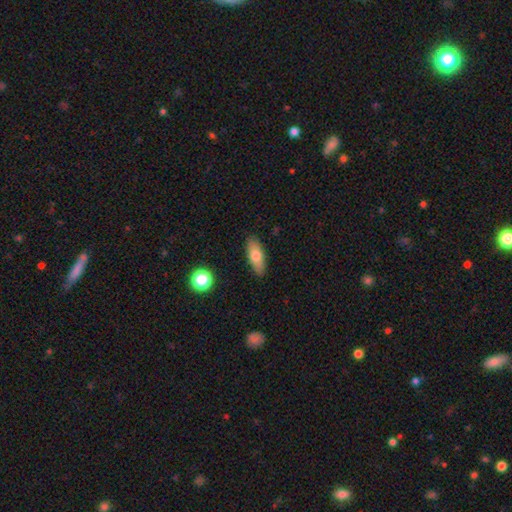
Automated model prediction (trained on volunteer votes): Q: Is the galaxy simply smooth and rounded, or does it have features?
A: smooth — 76%.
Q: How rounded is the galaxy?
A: in between — 71%.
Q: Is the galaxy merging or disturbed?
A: none — 87%.